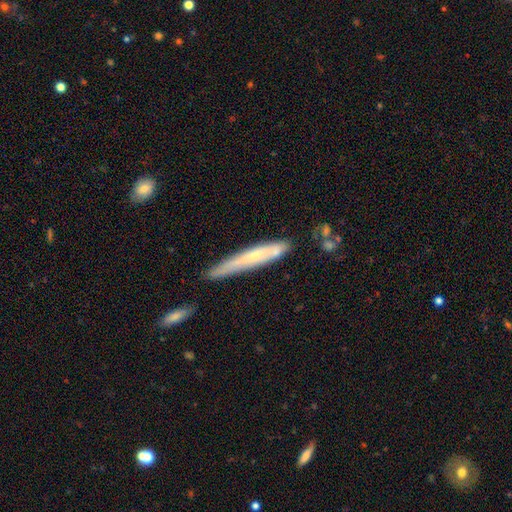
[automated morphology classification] Overall: smooth (50%; featured or disk 43%). How rounded: cigar-shaped (93%). Merging: none (67%).